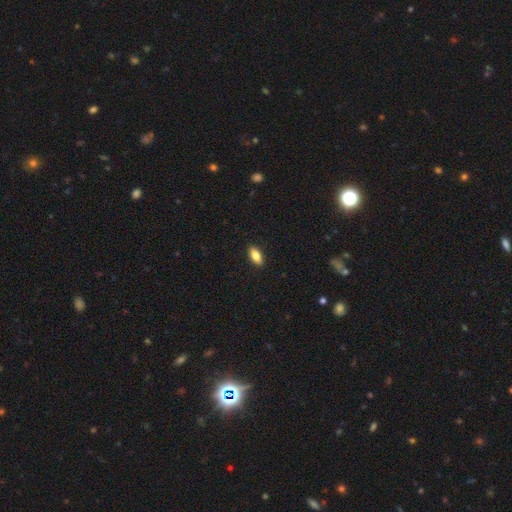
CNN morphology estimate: This is likely a smooth galaxy (79%). How rounded: clearly in between (84%). Merging: clearly none (90%).